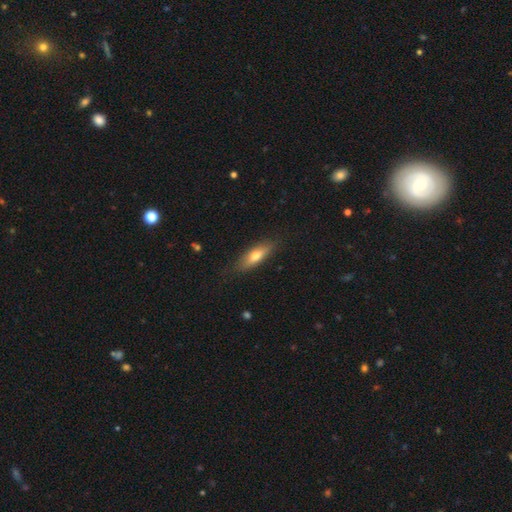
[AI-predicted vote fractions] This appears to be a smooth galaxy with no disk features (63%) that is in between round and cigar-shaped (50%). Merging: none (80%).